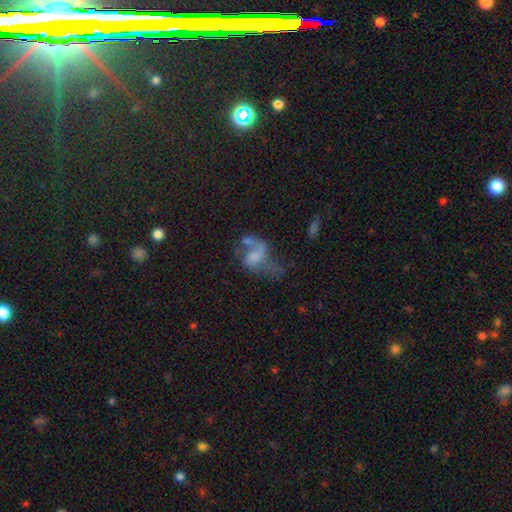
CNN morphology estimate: Smooth or featured? Predicted: featured or disk (p=0.50). Merging? Predicted: major disturbance (p=0.40).